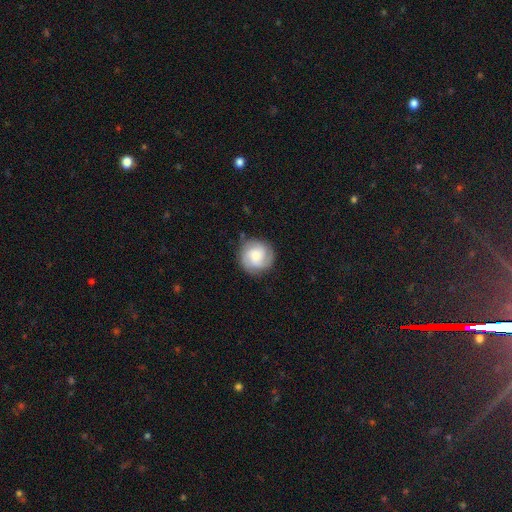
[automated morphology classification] A featured or disk galaxy (63%) with no bar (69%), 3 (47%) tight (54%) spiral arms (95%) and a moderate central bulge (32%).

Vote fractions:
- Smooth or featured? featured or disk: 63% / smooth: 31% / star or artifact: 7%
- Edge-on disk? no: 98% / yes: 2%
- Bar? no: 69% / weak: 27% / strong: 5%
- Spiral arms? yes: 95% / no: 5%
- Spiral winding? tight: 54% / medium: 37% / loose: 9%
- Spiral arm count? 3: 47% / 2: 23% / can't tell: 15% / 4: 6% / 1: 5% / more than 4: 4%
- Bulge size? moderate: 32% / large: 30% / small: 21% / none: 11% / dominant: 6%
- Merging? none: 82% / minor disturbance: 12% / major disturbance: 4% / merger: 1%